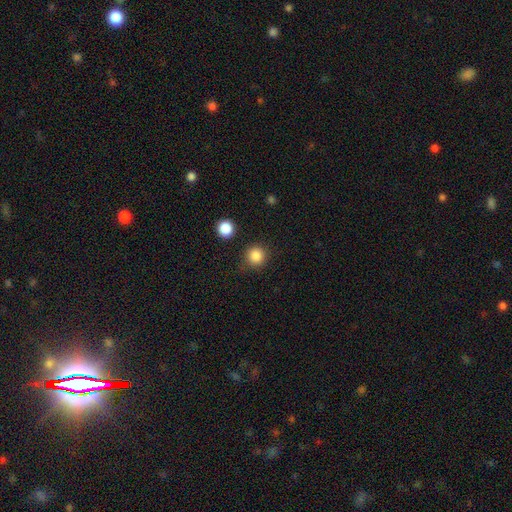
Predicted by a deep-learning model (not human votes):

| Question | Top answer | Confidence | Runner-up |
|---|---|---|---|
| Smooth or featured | smooth | 86% | star or artifact (11%) |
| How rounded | round | 94% | in between (6%) |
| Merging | none | 86% | minor disturbance (9%) |